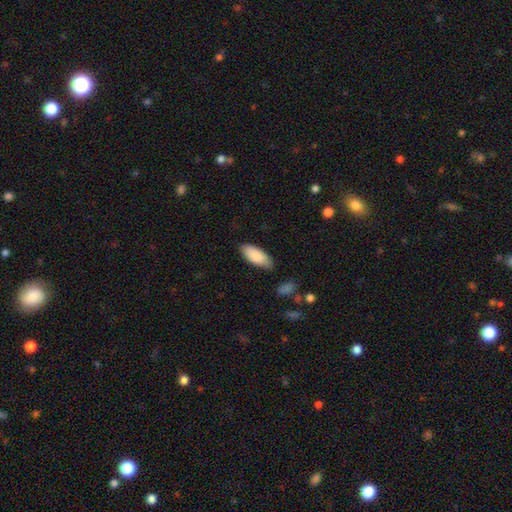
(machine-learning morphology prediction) A smooth galaxy with no disk features (86%) that is in between round and cigar-shaped (86%).

Vote fractions:
- Smooth or featured? smooth: 86% / featured or disk: 8% / star or artifact: 6%
- How rounded? in between: 86% / cigar-shaped: 12% / round: 2%
- Merging? none: 78% / minor disturbance: 17% / major disturbance: 3% / merger: 2%